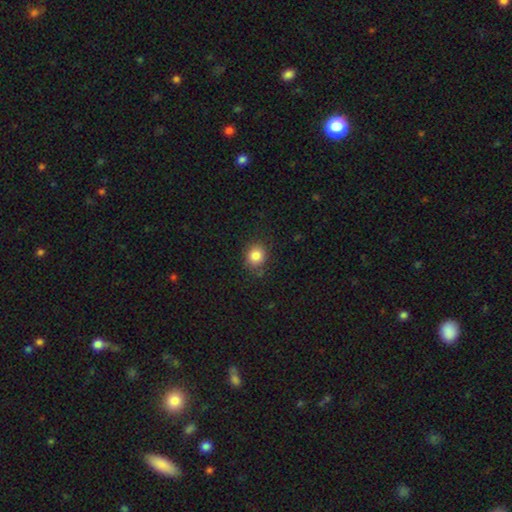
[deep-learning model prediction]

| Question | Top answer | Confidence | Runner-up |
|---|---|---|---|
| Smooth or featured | smooth | 85% | star or artifact (10%) |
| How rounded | round | 77% | in between (22%) |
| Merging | none | 82% | minor disturbance (13%) |